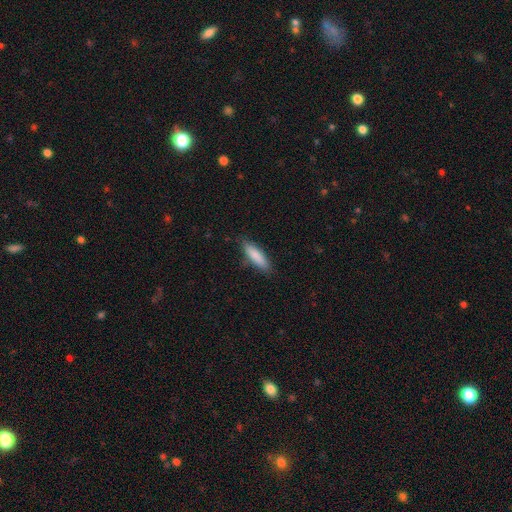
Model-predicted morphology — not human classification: Smooth or featured? Predicted: smooth (p=0.84). How rounded? Predicted: cigar-shaped (p=0.63). Merging? Predicted: none (p=0.83).